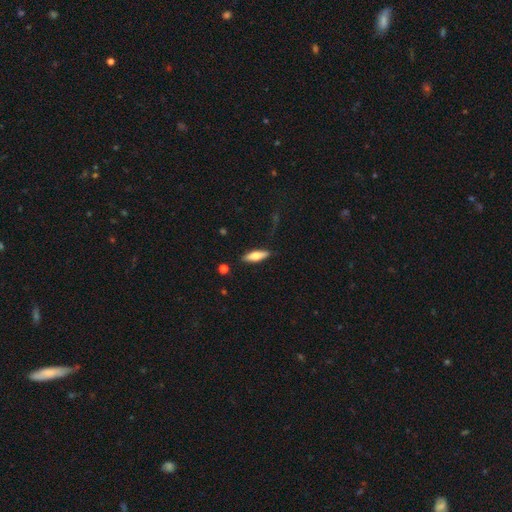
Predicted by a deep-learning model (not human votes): This is likely a smooth galaxy (64%). How rounded: possibly cigar-shaped (50%). Merging: clearly none (85%).